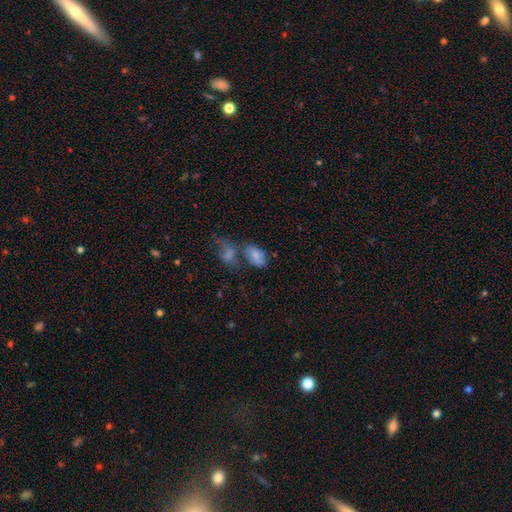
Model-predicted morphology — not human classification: This appears to be a smooth galaxy with no disk features (72%) that is in between round and cigar-shaped (88%). Merging: merger (48%).